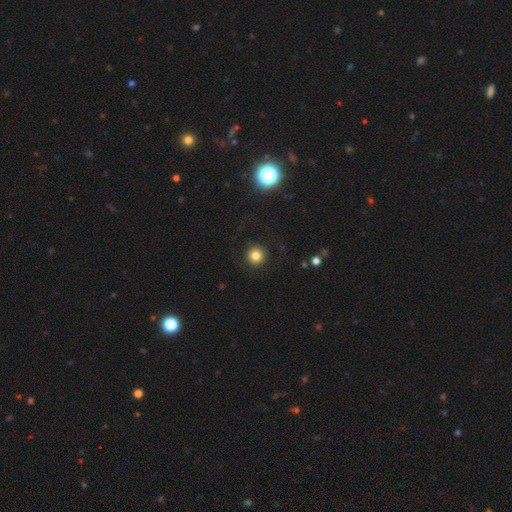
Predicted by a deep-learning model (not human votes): Smooth or featured?
  - smooth: 82% *
  - star or artifact: 13%
  - featured or disk: 6%
How rounded?
  - round: 95% *
  - in between: 4%
  - cigar-shaped: 1%
Merging?
  - none: 92% *
  - minor disturbance: 5%
  - major disturbance: 2%
  - merger: 1%